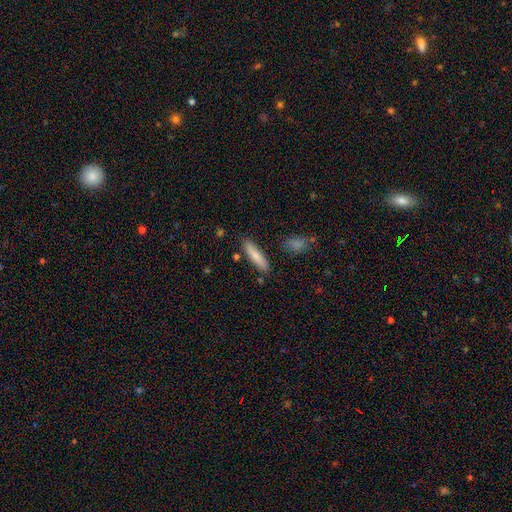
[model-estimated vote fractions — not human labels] smooth 75%, featured or disk 19%, star or artifact 6%. Down the decision tree: how rounded — cigar-shaped (74%); merging — none (84%).